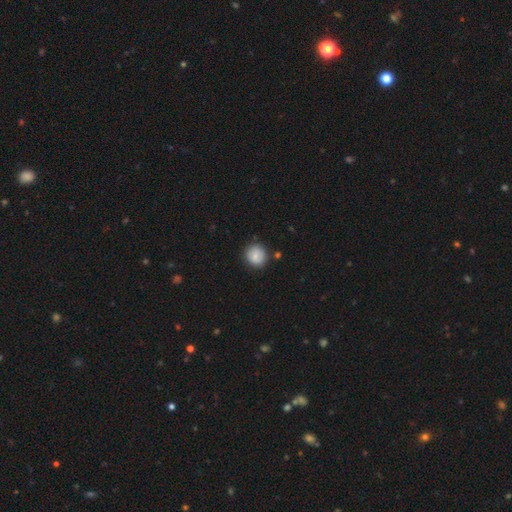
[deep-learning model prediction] This appears to be a smooth galaxy with no disk features (76%) that is round (90%). Merging: none (82%).